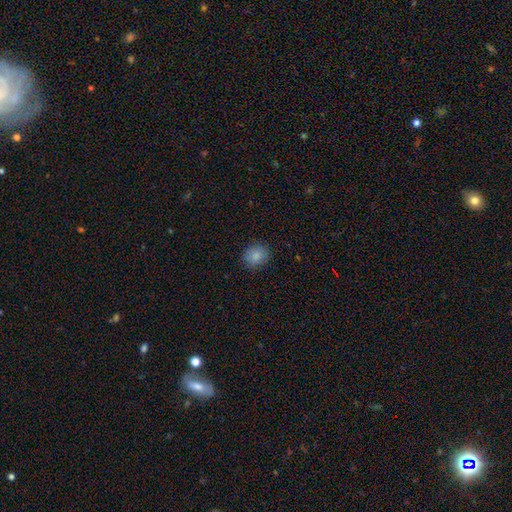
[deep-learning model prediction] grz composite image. It shows a smooth galaxy with no disk features (85%) that is round (67%). Merging: none (86%).